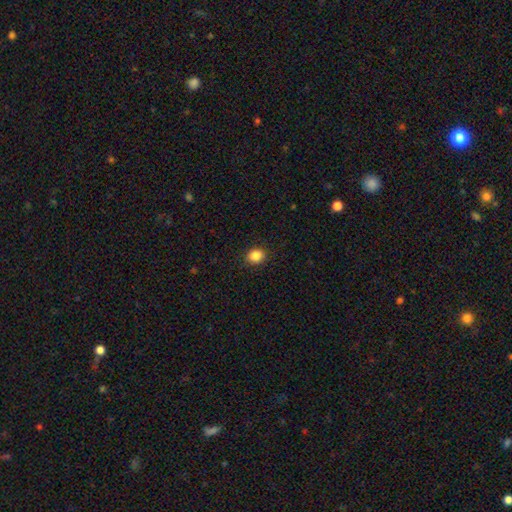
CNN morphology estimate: The model was most divided on "how rounded": round: 65%, in between: 34%, cigar-shaped: 1%. More confident: merging — none (89%); smooth or featured — smooth (86%).